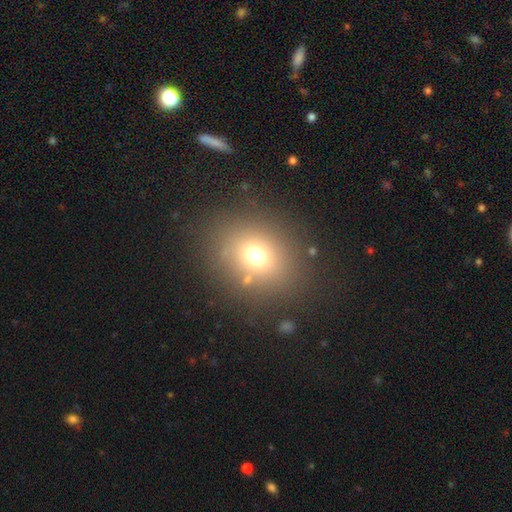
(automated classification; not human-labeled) This is likely a smooth galaxy (69%). How rounded: likely round (64%). Merging: clearly none (81%).